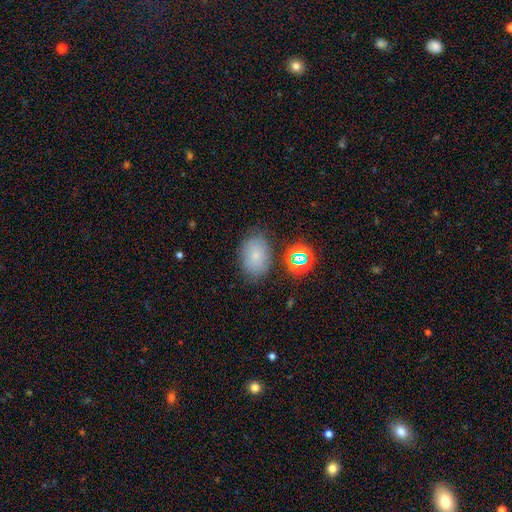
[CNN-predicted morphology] smooth_or_featured: smooth (p=0.71) [alt: star or artifact p=0.15]
how_rounded: in between (p=0.79) [alt: round p=0.20]
merging: none (p=0.74) [alt: minor disturbance p=0.17]